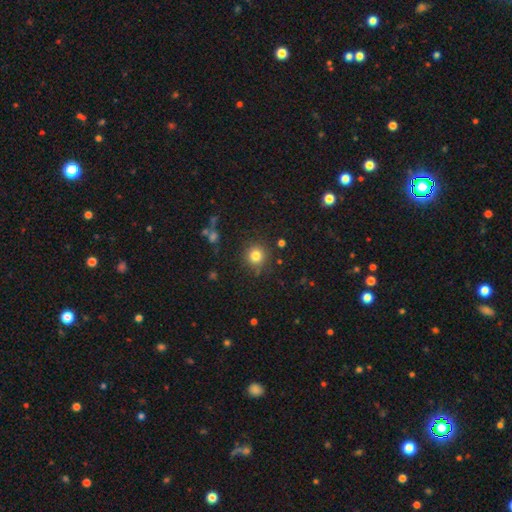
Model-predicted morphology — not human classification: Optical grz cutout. It shows a smooth galaxy with no disk features (80%) that is round (93%). Merging: none (85%).